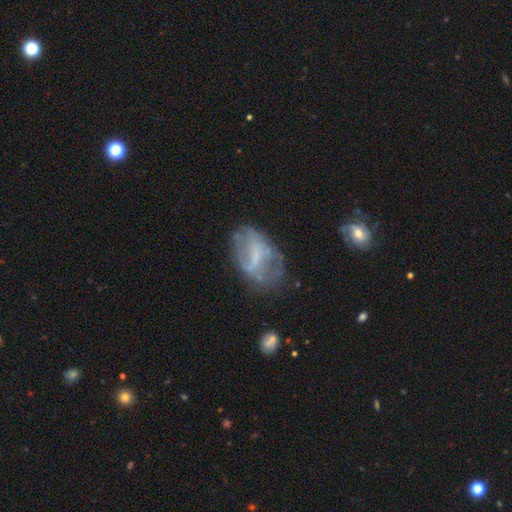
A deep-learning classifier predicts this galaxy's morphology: This is possibly a featured or disk galaxy (60%). It is clearly not viewed edge-on (95%). Bar: marginally weak (41%). Spiral arm pattern: possibly no (59%). Central bulge: possibly none (48%). Merging: possibly none (48%).